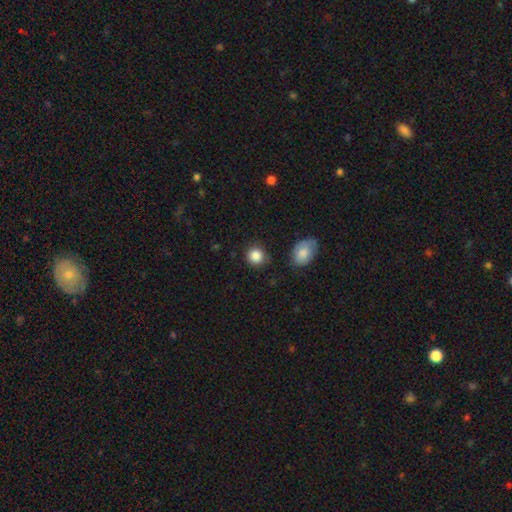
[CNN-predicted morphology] Smooth or featured? Predicted: smooth (p=0.87). How rounded? Predicted: round (p=0.88). Merging? Predicted: none (p=0.83).